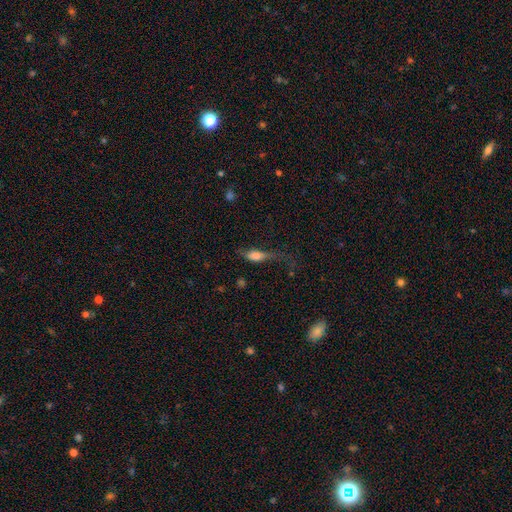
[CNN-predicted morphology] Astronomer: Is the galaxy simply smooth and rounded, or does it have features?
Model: smooth — 61%.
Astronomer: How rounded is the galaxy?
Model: in between — 62%.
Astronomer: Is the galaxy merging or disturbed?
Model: major disturbance — 43% (runner-up: none, 28%).